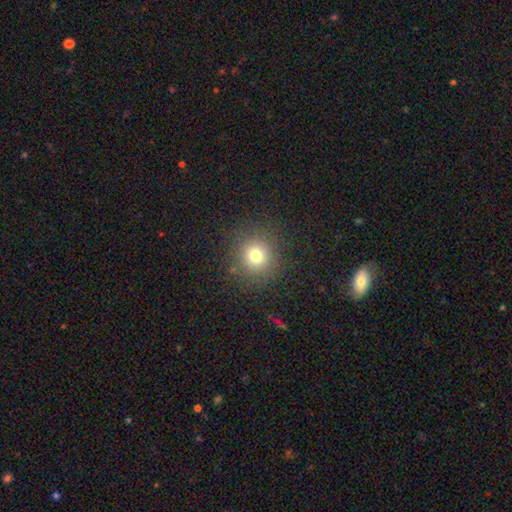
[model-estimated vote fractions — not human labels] A smooth galaxy with no disk features (75%) that is round (91%). Merging: none (87%).